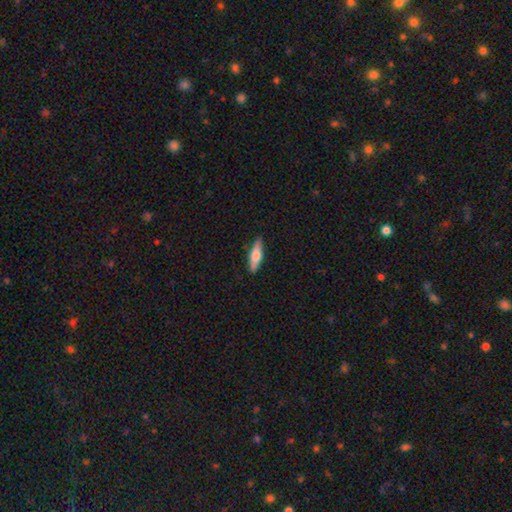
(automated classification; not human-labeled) A smooth galaxy with no disk features (61%) that is cigar-shaped (63%).

Vote fractions:
- Smooth or featured? smooth: 61% / featured or disk: 34% / star or artifact: 6%
- How rounded? cigar-shaped: 63% / in between: 35% / round: 2%
- Merging? none: 86% / minor disturbance: 11% / major disturbance: 2% / merger: 1%